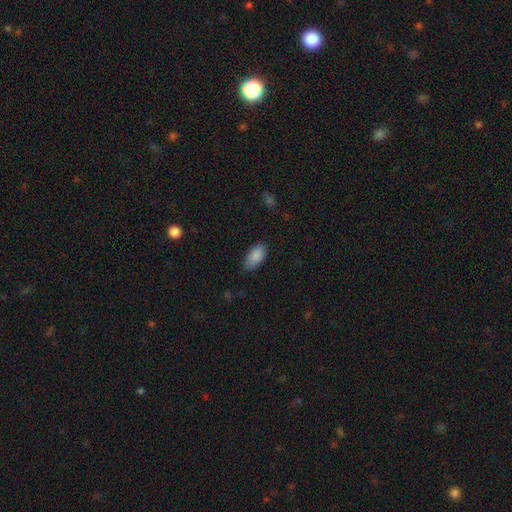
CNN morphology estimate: smooth-or-featured: smooth: 88% | star or artifact: 7% | featured or disk: 5%
  how-rounded: in between: 94% | cigar-shaped: 4% | round: 3%
  merging: none: 78% | minor disturbance: 18% | major disturbance: 3% | merger: 1%